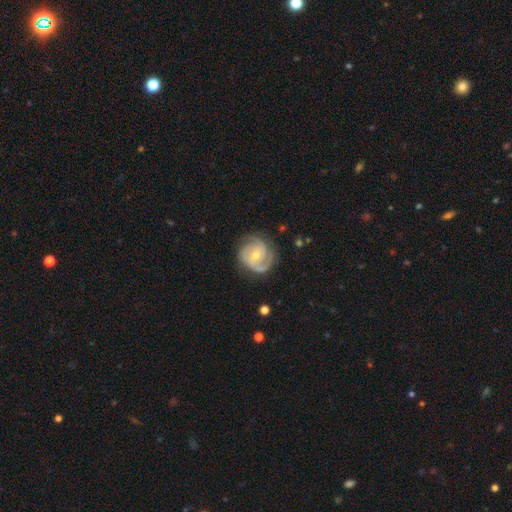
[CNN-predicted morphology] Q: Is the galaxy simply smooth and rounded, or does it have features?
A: featured or disk — 86%.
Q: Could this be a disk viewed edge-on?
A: no — 98%.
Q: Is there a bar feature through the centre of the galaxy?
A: no — 58%.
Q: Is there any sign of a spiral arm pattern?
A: yes — 97%.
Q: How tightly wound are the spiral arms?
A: tight — 56%.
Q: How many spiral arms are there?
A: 2 — 43%.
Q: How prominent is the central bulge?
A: small — 49%.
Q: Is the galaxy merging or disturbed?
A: none — 75%.